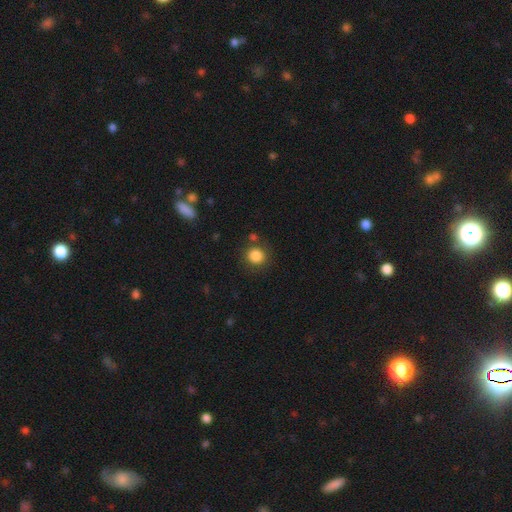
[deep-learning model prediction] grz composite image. It shows a smooth galaxy with no disk features (85%) that is round (90%). Merging: none (82%).